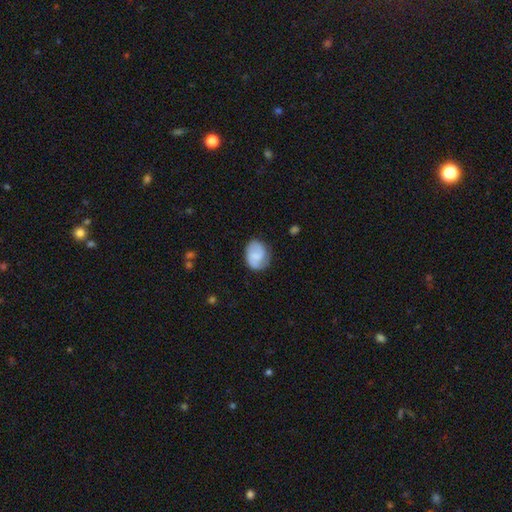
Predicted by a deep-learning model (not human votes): The model was most divided on "how rounded": in between: 54%, round: 45%, cigar-shaped: 1%. More confident: merging — none (67%); smooth or featured — smooth (56%).